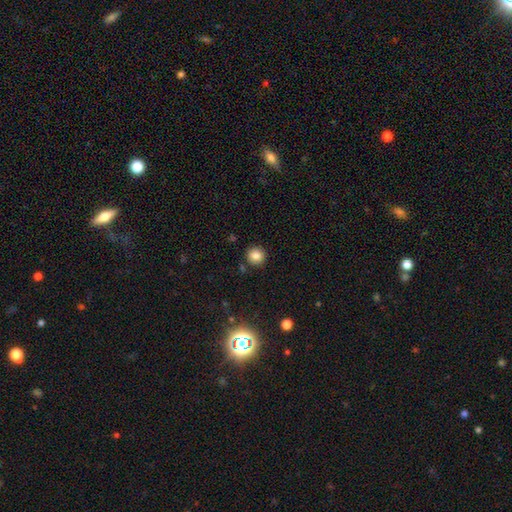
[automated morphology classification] Q: Smooth or featured?
A: smooth (83%); runner-up: star or artifact (11%)
Q: How rounded?
A: round (92%); runner-up: in between (7%)
Q: Merging?
A: none (88%); runner-up: minor disturbance (7%)